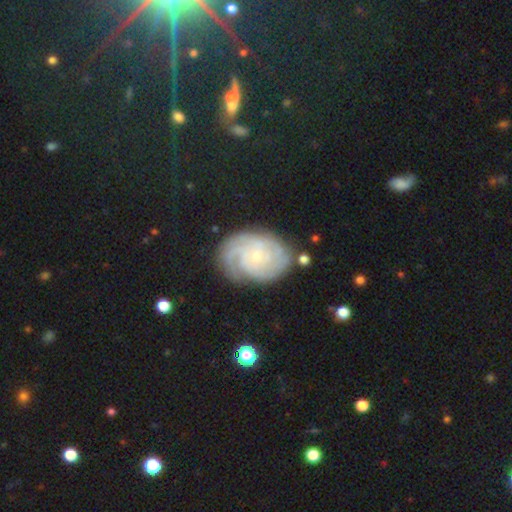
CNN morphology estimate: type=featured or disk (79%); edge-on=no (97%); bar=no (71%); spiral arms=yes (95%); winding=tight (67%); arm count=can't tell (34%); bulge=small (78%); merging=none (72%).